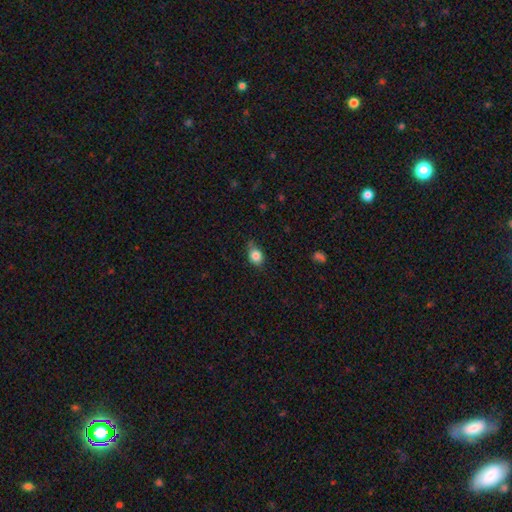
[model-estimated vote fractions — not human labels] Smooth or featured? smooth (84%)
How rounded? round (52%)
Merging? none (64%)